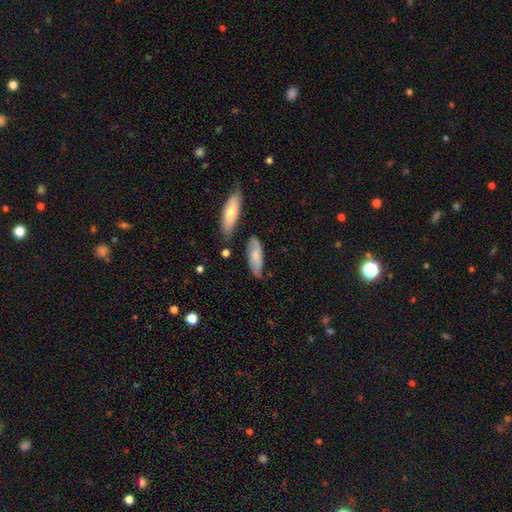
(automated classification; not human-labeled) This appears to be a smooth galaxy with no disk features (63%) that is in between round and cigar-shaped (70%). Merging: none (69%).